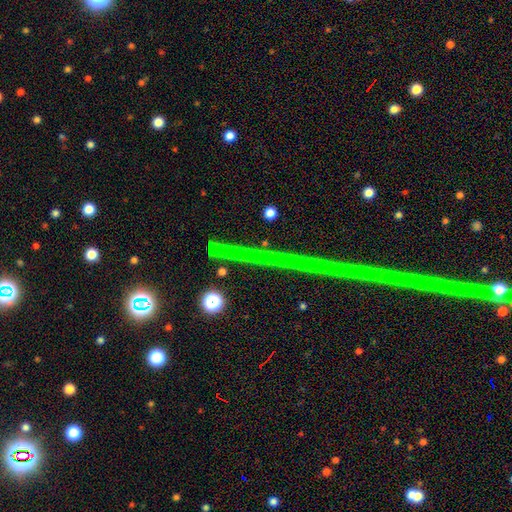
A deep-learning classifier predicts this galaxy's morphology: This is likely a star or artifact rather than a galaxy (79%).